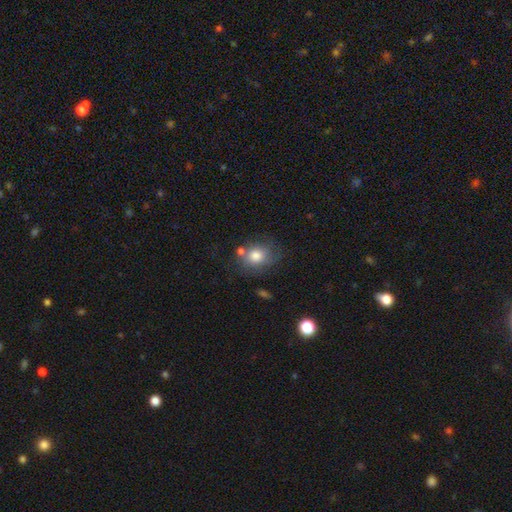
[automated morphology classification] This appears to be a smooth galaxy with no disk features (78%) that is round (56%). Merging: none (57%).